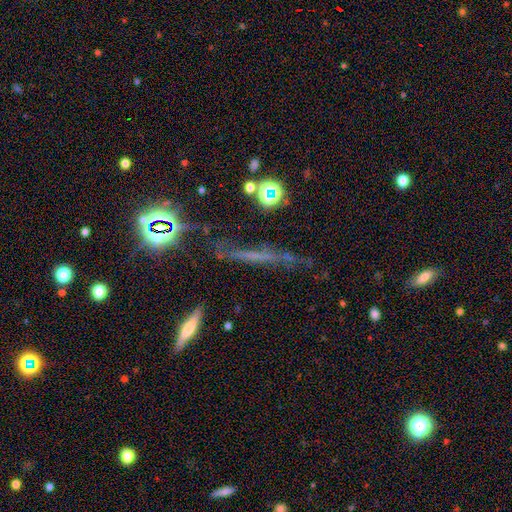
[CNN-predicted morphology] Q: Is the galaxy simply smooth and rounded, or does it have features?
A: featured or disk — 37%.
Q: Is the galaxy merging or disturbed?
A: none — 67%.